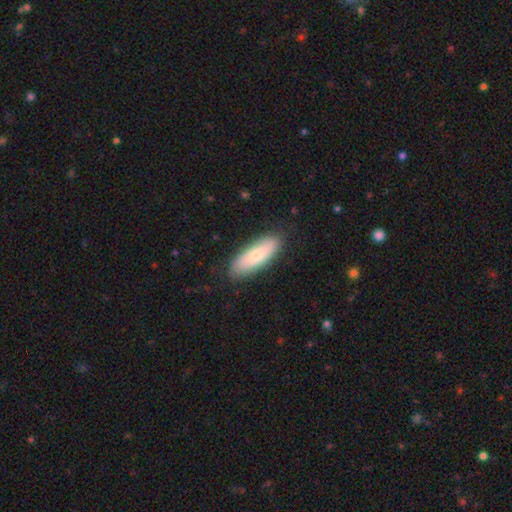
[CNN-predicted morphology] Overall: smooth (70%). How rounded: in between (67%; cigar-shaped 31%). Merging: none (83%).